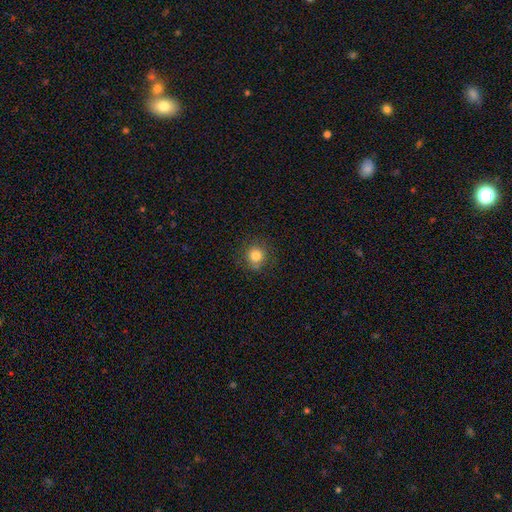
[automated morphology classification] A smooth galaxy with no disk features (81%) that is round (91%). Merging: none (82%).